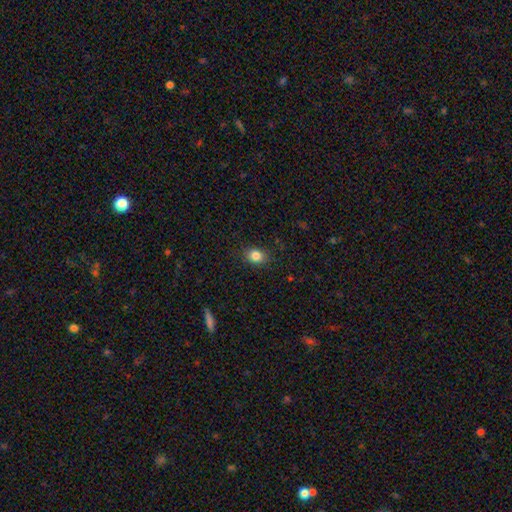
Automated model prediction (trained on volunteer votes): Smooth or featured? smooth (83%)
How rounded? round (52%)
Merging? none (87%)